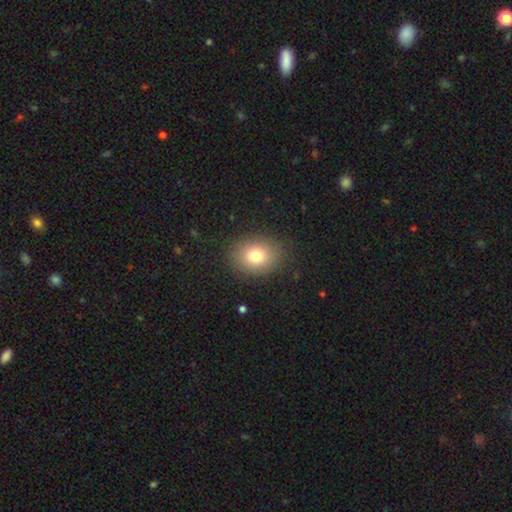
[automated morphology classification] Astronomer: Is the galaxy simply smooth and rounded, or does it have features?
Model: smooth — 77%.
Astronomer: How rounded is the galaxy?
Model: in between — 52% (runner-up: round, 48%).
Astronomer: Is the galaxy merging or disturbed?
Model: none — 86%.